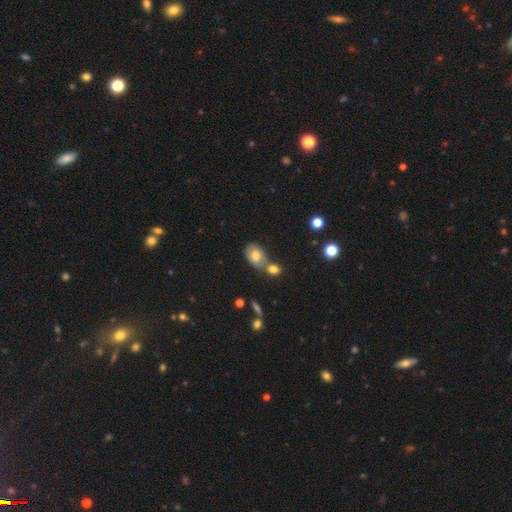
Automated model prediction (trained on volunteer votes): smooth_or_featured: smooth (p=0.68) [alt: featured or disk p=0.23]
how_rounded: in between (p=0.81) [alt: round p=0.17]
merging: none (p=0.44) [alt: merger p=0.37]